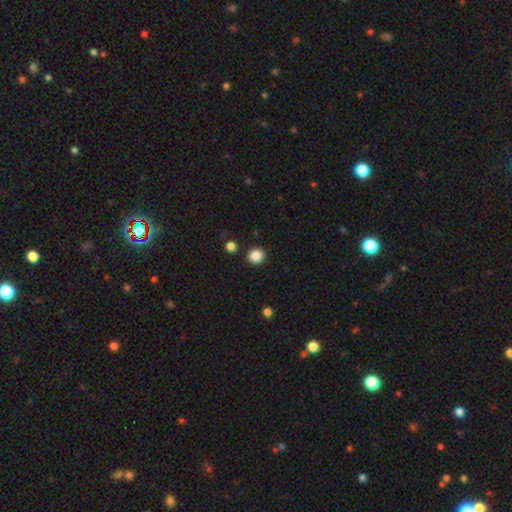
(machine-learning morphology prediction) Q: Smooth or featured?
A: smooth (87%); runner-up: star or artifact (10%)
Q: How rounded?
A: round (85%); runner-up: in between (14%)
Q: Merging?
A: none (90%); runner-up: minor disturbance (6%)